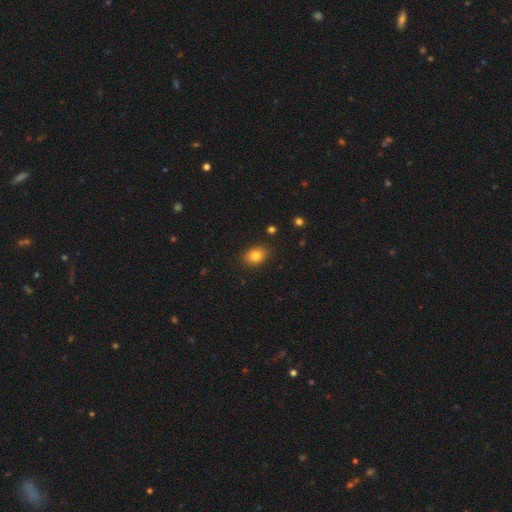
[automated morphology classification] Smooth or featured? Predicted: smooth (p=0.84). How rounded? Predicted: in between (p=0.70). Merging? Predicted: none (p=0.86).